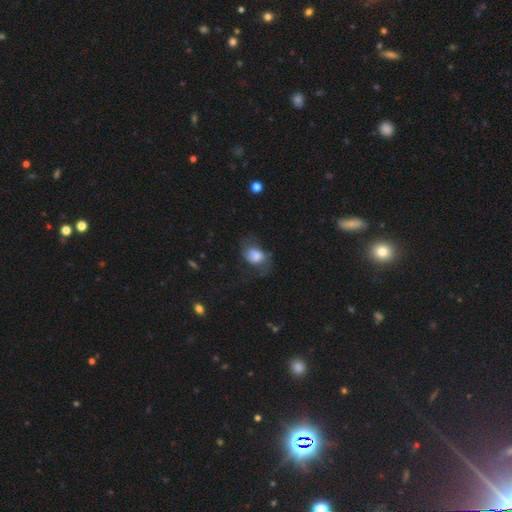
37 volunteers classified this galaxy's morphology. Smooth or featured: smooth — 62% (featured or disk — 35%)
How rounded: in between — 87% (round — 13%)
Merging: none — 42% (major disturbance — 36%)